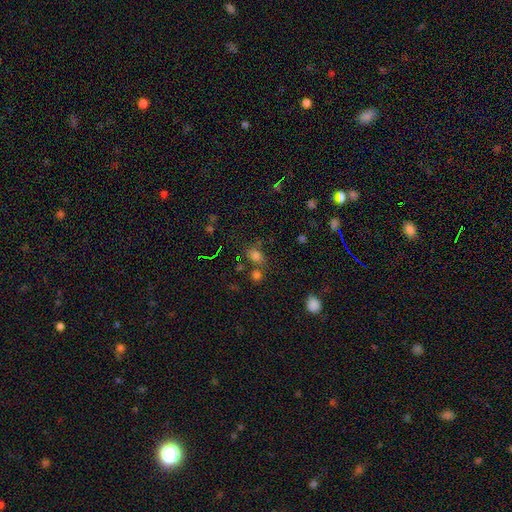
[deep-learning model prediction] smooth 69%, star or artifact 24%, featured or disk 8%. Down the decision tree: how rounded — in between (61%); merging — none (61%).